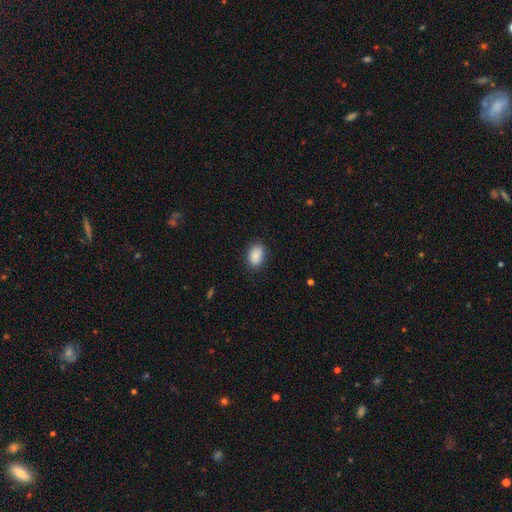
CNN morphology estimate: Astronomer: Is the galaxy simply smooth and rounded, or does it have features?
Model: smooth — 89%.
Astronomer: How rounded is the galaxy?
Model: in between — 83%.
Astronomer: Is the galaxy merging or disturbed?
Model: none — 86%.